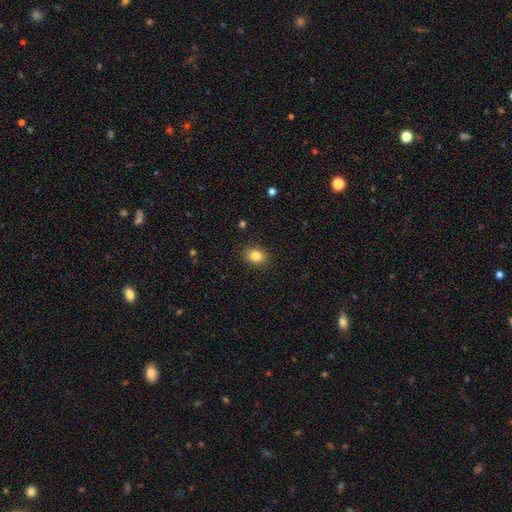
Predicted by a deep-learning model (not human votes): A smooth galaxy with no disk features (84%) that is in between round and cigar-shaped (57%). Merging: none (89%).